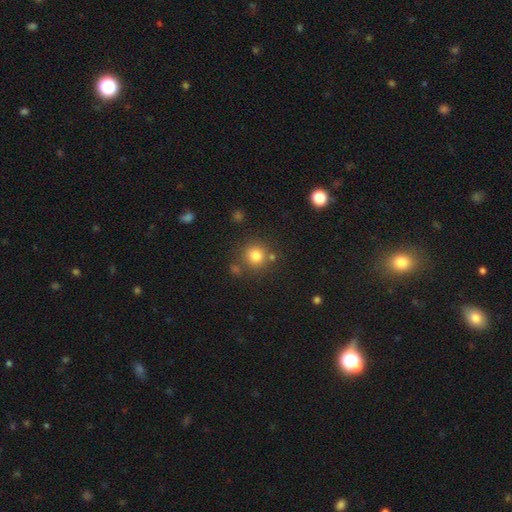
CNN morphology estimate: This appears to be a smooth galaxy with no disk features (79%) that is round (92%). Merging: none (77%).